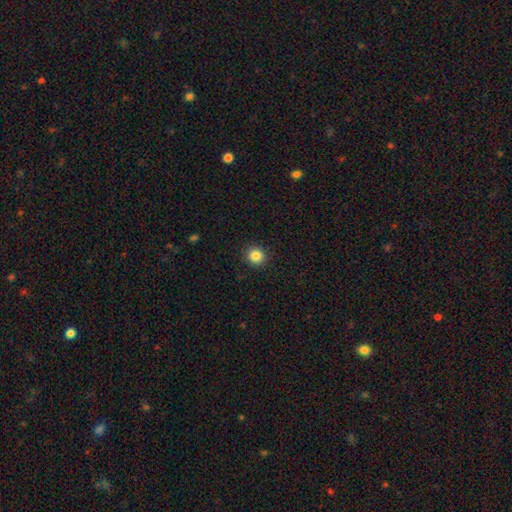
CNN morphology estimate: This is clearly a smooth galaxy (85%). How rounded: clearly round (91%). Merging: clearly none (92%).